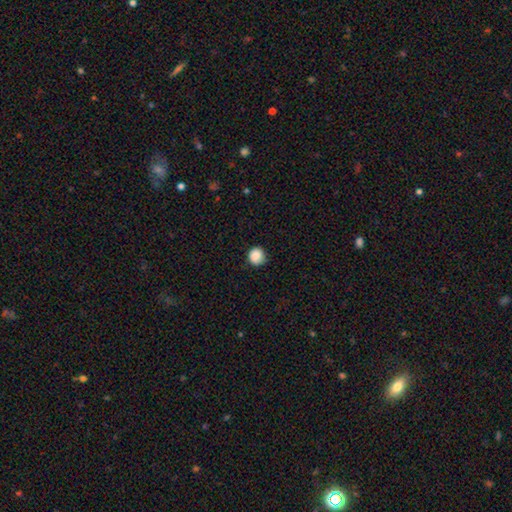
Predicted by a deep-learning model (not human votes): Smooth or featured: smooth — 88% (star or artifact — 9%)
How rounded: round — 92% (in between — 7%)
Merging: none — 82% (minor disturbance — 14%)